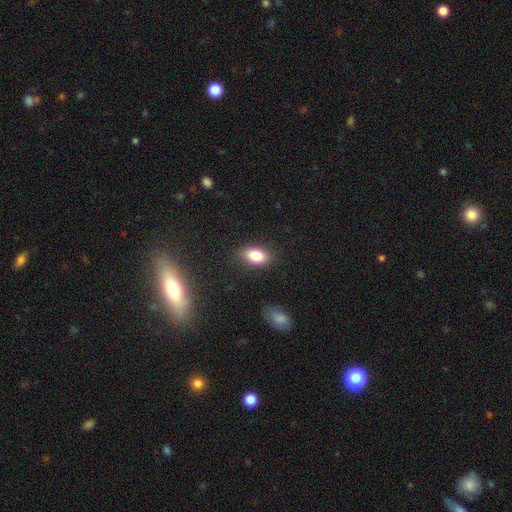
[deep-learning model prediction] The model was most divided on "smooth or featured": smooth: 82%, featured or disk: 9%, star or artifact: 9%. More confident: how rounded — in between (89%); merging — none (85%).